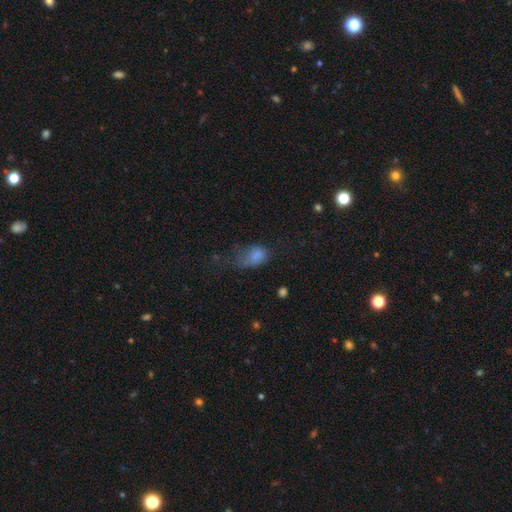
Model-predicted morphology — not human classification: Smooth or featured? Predicted: smooth (p=0.76). How rounded? Predicted: in between (p=0.81). Merging? Predicted: major disturbance (p=0.42).